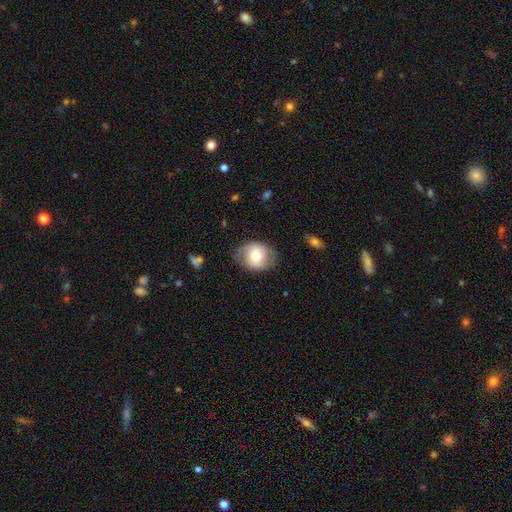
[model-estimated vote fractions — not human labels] The model was most divided on "smooth or featured": smooth: 54%, featured or disk: 39%, star or artifact: 7%. More confident: merging — none (74%); how rounded — round (59%).